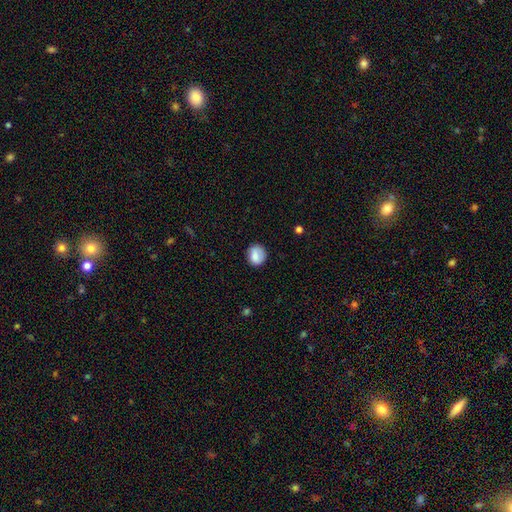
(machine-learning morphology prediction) This appears to be a smooth galaxy with no disk features (81%) that is round (74%). Merging: none (76%).